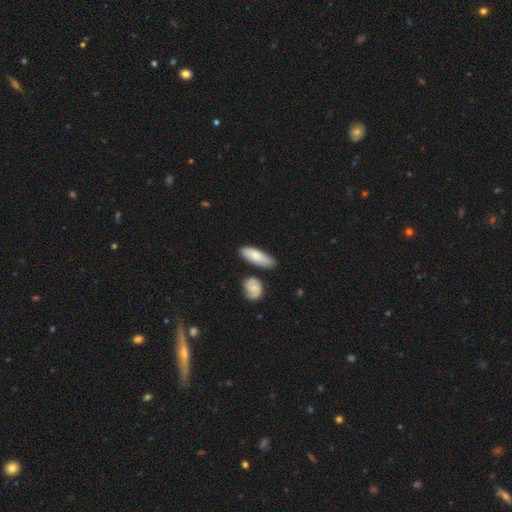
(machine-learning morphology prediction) This appears to be a smooth galaxy with no disk features (74%) that is in between round and cigar-shaped (64%). Merging: none (71%).